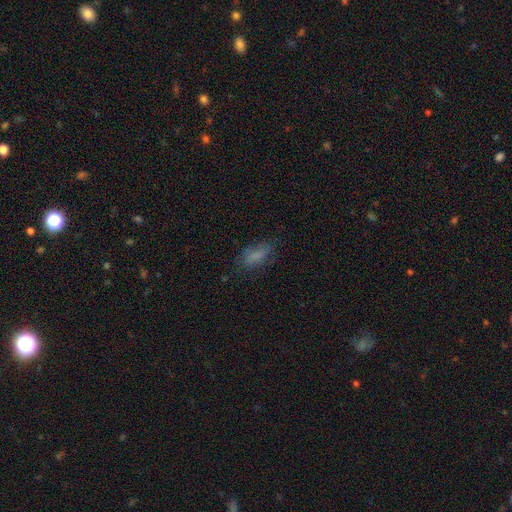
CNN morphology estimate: A smooth galaxy with no disk features (73%) that is in between round and cigar-shaped (76%).

Vote fractions:
- Smooth or featured? smooth: 73% / featured or disk: 14% / star or artifact: 12%
- How rounded? in between: 76% / cigar-shaped: 20% / round: 4%
- Merging? none: 67% / minor disturbance: 21% / major disturbance: 10% / merger: 2%